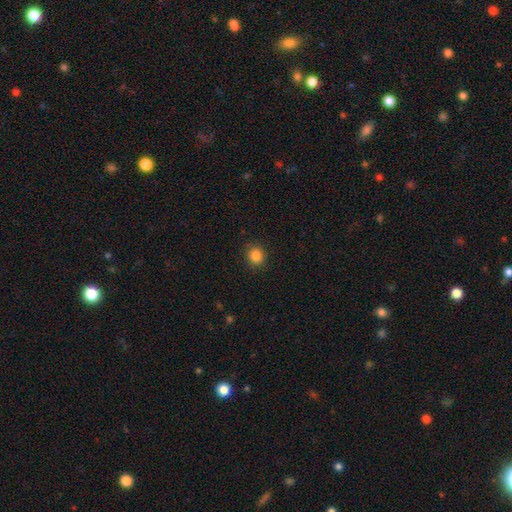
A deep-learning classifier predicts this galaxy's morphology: Q: Smooth or featured?
A: smooth (86%); runner-up: star or artifact (11%)
Q: How rounded?
A: round (83%); runner-up: in between (16%)
Q: Merging?
A: none (90%); runner-up: minor disturbance (7%)